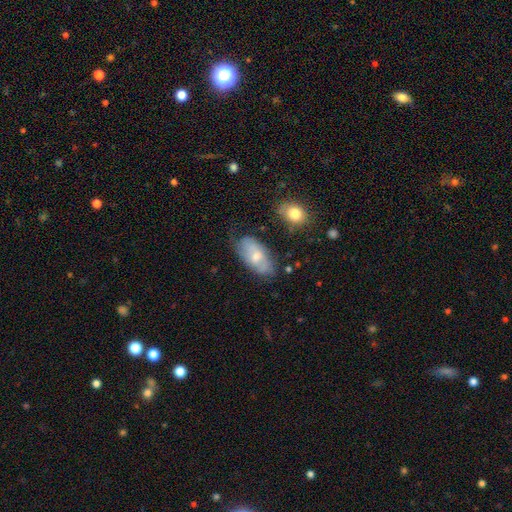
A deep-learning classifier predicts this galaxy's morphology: Smooth or featured? Predicted: smooth (p=0.55). How rounded? Predicted: in between (p=0.92). Merging? Predicted: none (p=0.61).